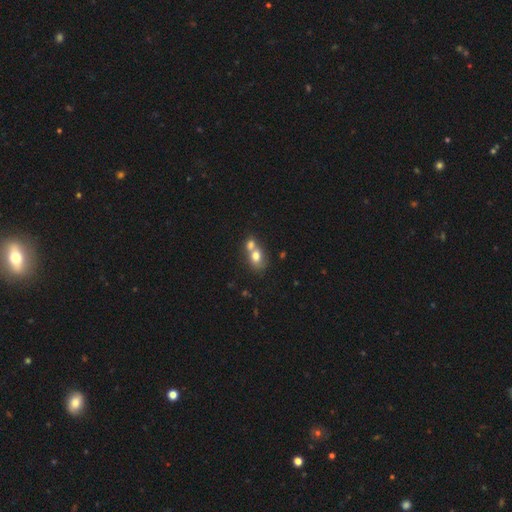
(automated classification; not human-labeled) Smooth or featured?
  - smooth: 72% *
  - featured or disk: 18%
  - star or artifact: 10%
How rounded?
  - in between: 56% *
  - round: 42%
  - cigar-shaped: 2%
Merging?
  - merger: 67% *
  - none: 22%
  - minor disturbance: 7%
  - major disturbance: 4%